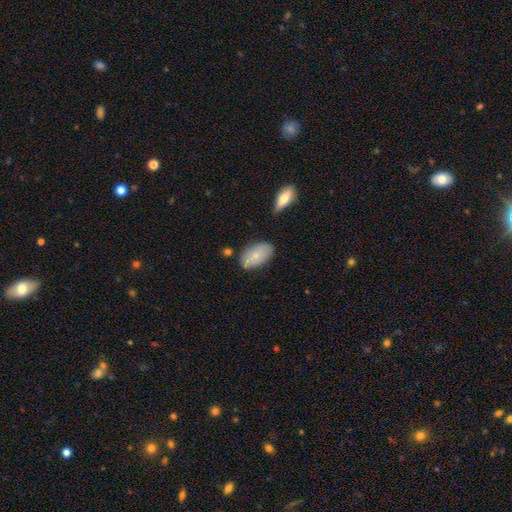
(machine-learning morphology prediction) smooth_or_featured: smooth (p=0.74) [alt: featured or disk p=0.20]
how_rounded: in between (p=0.93) [alt: round p=0.05]
merging: none (p=0.75) [alt: minor disturbance p=0.18]